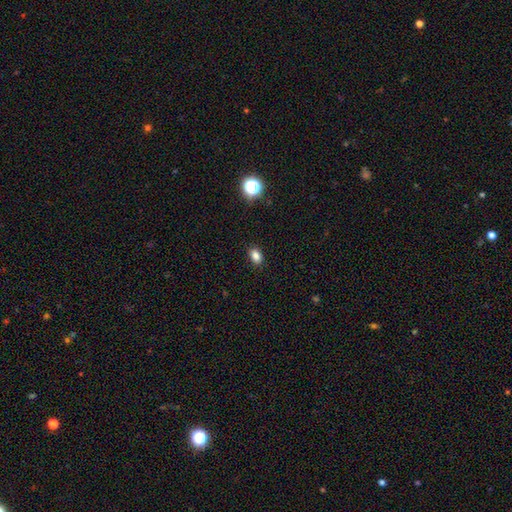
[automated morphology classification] Overall: smooth (83%). How rounded: in between (80%). Merging: none (89%).